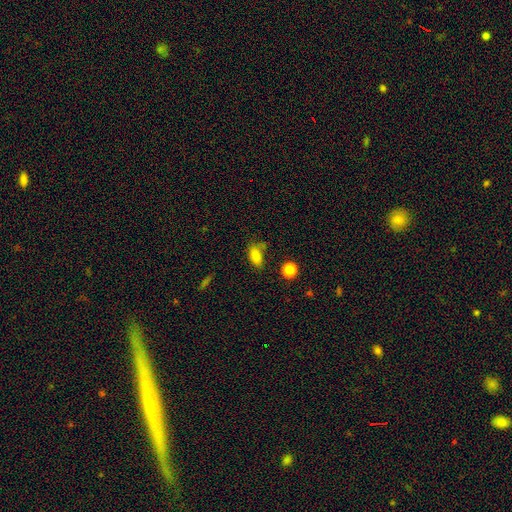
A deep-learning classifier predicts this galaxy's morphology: Smooth or featured? Predicted: smooth (p=0.82). How rounded? Predicted: in between (p=0.88). Merging? Predicted: none (p=0.59).